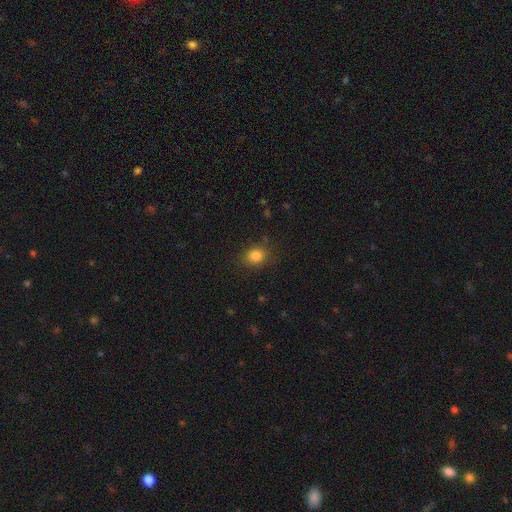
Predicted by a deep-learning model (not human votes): Smooth or featured?
  - smooth: 83% *
  - star or artifact: 12%
  - featured or disk: 5%
How rounded?
  - round: 60% *
  - in between: 39%
  - cigar-shaped: 1%
Merging?
  - none: 83% *
  - minor disturbance: 12%
  - major disturbance: 4%
  - merger: 1%